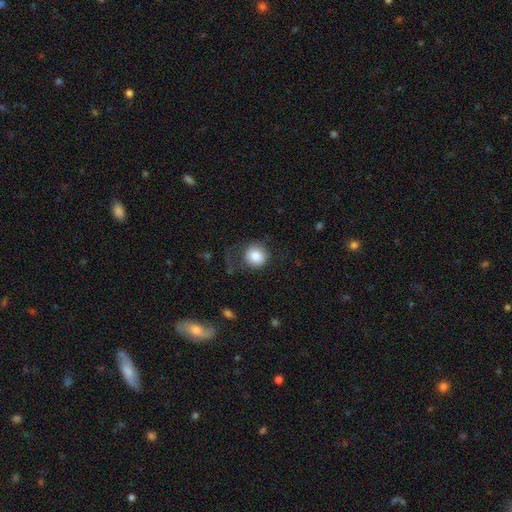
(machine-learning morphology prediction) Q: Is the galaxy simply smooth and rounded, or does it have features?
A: smooth — 82%.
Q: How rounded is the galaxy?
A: round — 87%.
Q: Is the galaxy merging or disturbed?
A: none — 60%.